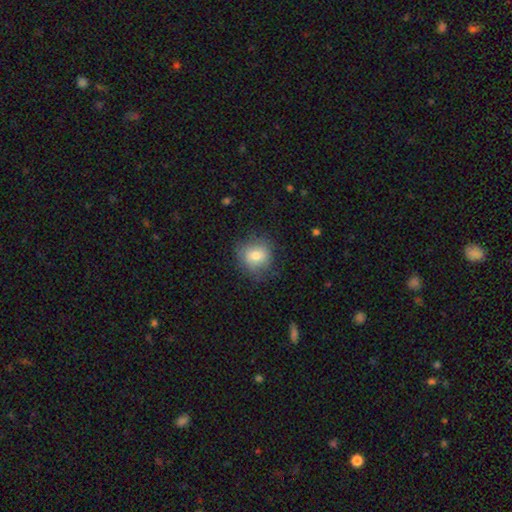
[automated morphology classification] The model was most divided on "smooth or featured": smooth: 73%, featured or disk: 18%, star or artifact: 9%. More confident: how rounded — round (81%); merging — none (74%).